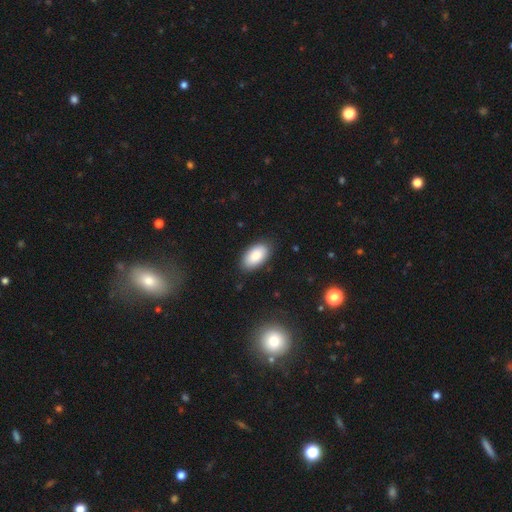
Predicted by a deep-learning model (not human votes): Smooth or featured? smooth (86%)
How rounded? in between (95%)
Merging? none (85%)